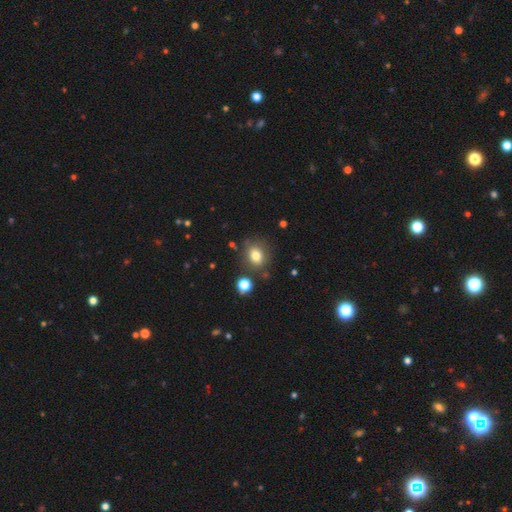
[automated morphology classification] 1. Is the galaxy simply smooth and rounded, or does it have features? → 78% smooth, 13% star or artifact, 10% featured or disk.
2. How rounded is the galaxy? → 59% round, 40% in between, 1% cigar-shaped.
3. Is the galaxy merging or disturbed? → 76% none, 13% minor disturbance, 6% merger, 4% major disturbance.